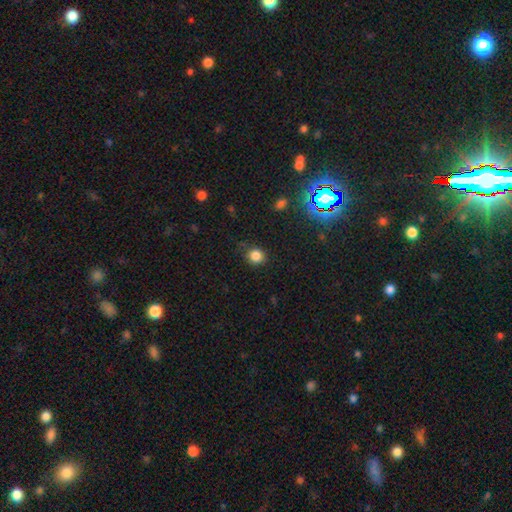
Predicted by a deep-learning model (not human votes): Smooth or featured? smooth (83%)
How rounded? round (84%)
Merging? none (82%)